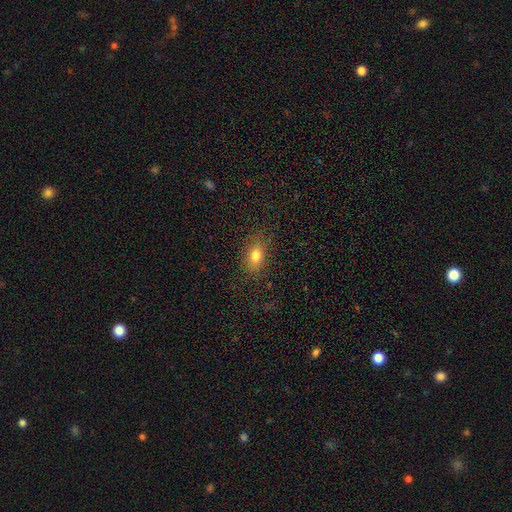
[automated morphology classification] Q: Smooth or featured?
A: smooth (79%); runner-up: star or artifact (12%)
Q: How rounded?
A: in between (77%); runner-up: round (20%)
Q: Merging?
A: none (82%); runner-up: minor disturbance (12%)